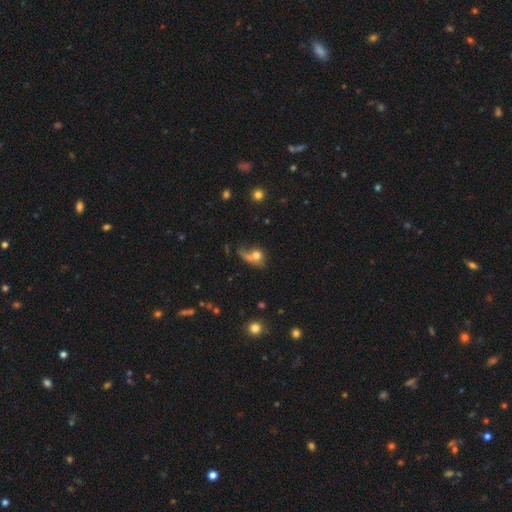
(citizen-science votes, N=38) A smooth galaxy with no disk features (71%) that is round (63%).

Vote fractions:
- Smooth or featured? smooth: 71% / featured or disk: 21% / star or artifact: 8%
- How rounded? round: 63% / in between: 30% / cigar-shaped: 7%
- Merging? none: 37% / major disturbance: 31% / merger: 26% / minor disturbance: 6%